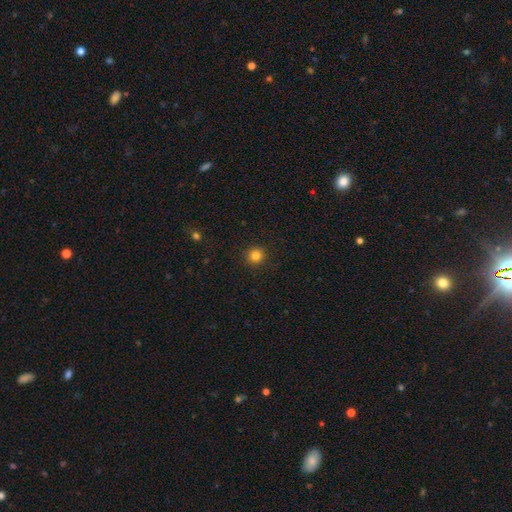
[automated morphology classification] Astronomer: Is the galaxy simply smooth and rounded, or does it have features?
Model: smooth — 82%.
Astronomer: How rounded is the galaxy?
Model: round — 93%.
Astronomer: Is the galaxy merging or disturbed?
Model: none — 93%.